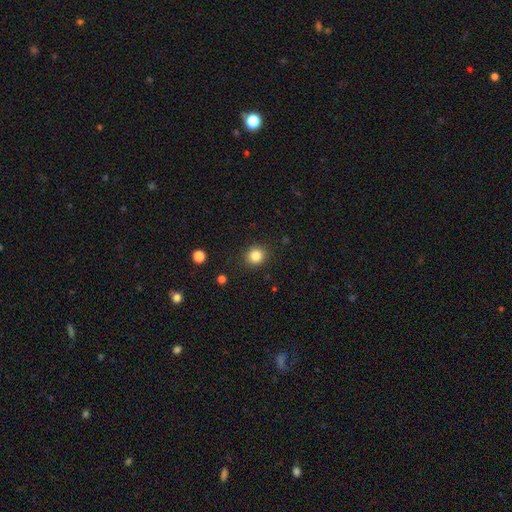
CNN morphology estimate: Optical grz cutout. It shows a smooth galaxy with no disk features (84%) that is round (87%). Merging: none (90%).